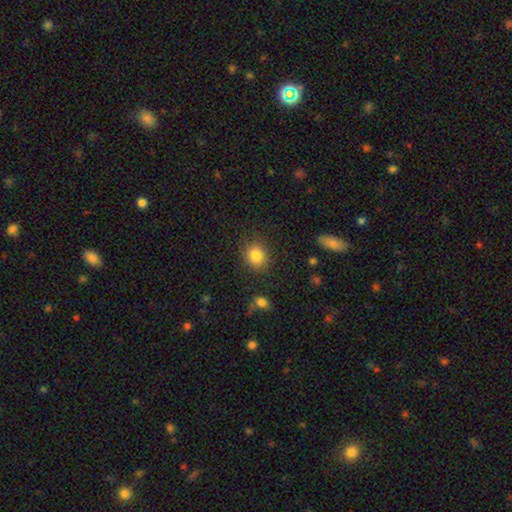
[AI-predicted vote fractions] Smooth or featured?
  - smooth: 85% *
  - star or artifact: 10%
  - featured or disk: 5%
How rounded?
  - round: 70% *
  - in between: 29%
  - cigar-shaped: 1%
Merging?
  - none: 84% *
  - minor disturbance: 10%
  - major disturbance: 3%
  - merger: 2%